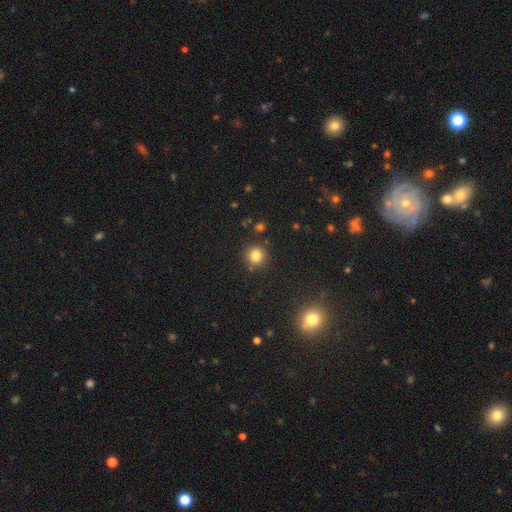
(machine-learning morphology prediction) smooth-or-featured: smooth: 80% | star or artifact: 14% | featured or disk: 6%
  how-rounded: round: 91% | in between: 8% | cigar-shaped: 1%
  merging: none: 84% | minor disturbance: 8% | merger: 5% | major disturbance: 3%